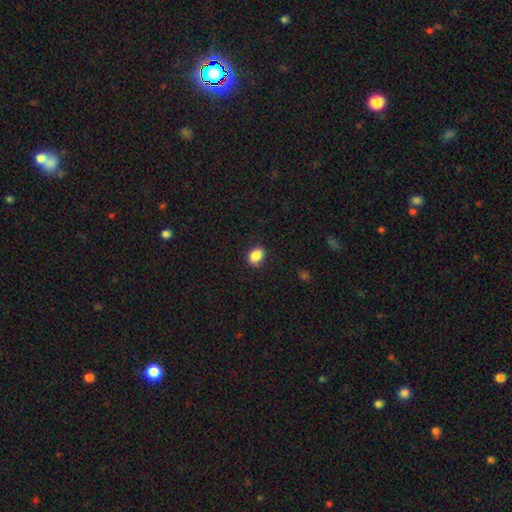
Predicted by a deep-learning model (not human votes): Q: Smooth or featured?
A: smooth (88%); runner-up: star or artifact (9%)
Q: How rounded?
A: in between (64%); runner-up: round (35%)
Q: Merging?
A: none (85%); runner-up: minor disturbance (12%)